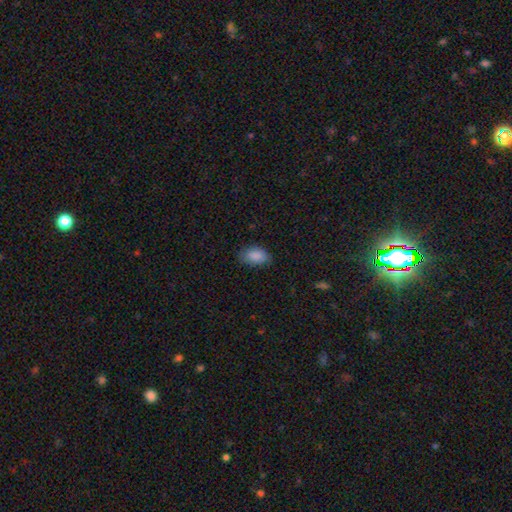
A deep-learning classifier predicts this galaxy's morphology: Smooth or featured? smooth (88%)
How rounded? in between (91%)
Merging? none (79%)